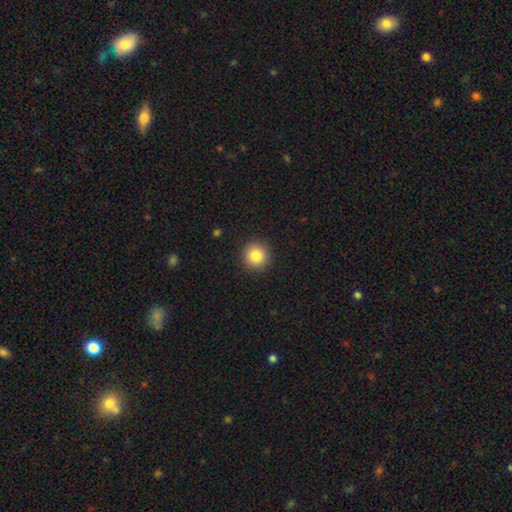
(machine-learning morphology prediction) Smooth or featured? Predicted: smooth (p=0.85). How rounded? Predicted: round (p=0.94). Merging? Predicted: none (p=0.91).